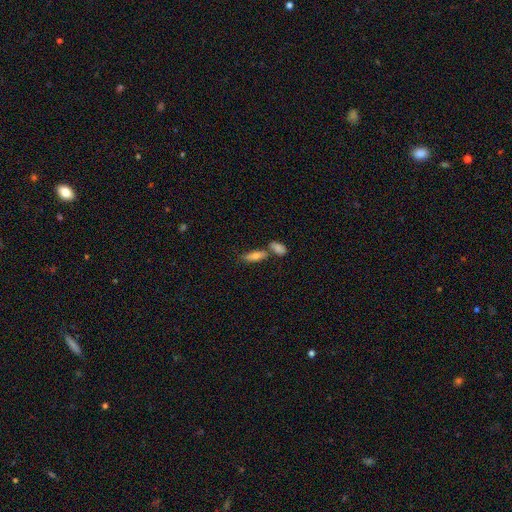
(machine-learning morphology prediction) type=smooth (69%); roundness=in between (55%); merging=none (48%).